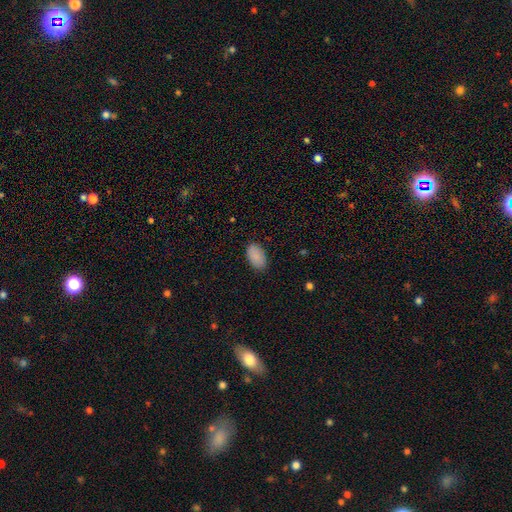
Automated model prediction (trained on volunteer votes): smooth-or-featured: smooth: 88% | star or artifact: 7% | featured or disk: 5%
  how-rounded: in between: 94% | round: 4% | cigar-shaped: 2%
  merging: none: 85% | minor disturbance: 11% | major disturbance: 2% | merger: 1%